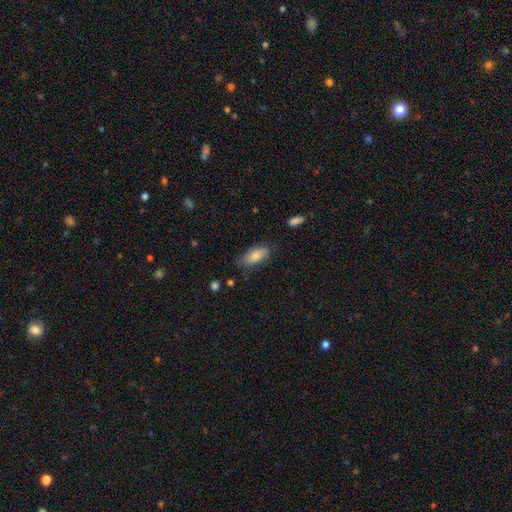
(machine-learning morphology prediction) This appears to be a smooth galaxy with no disk features (82%) that is in between round and cigar-shaped (87%). Merging: none (70%).